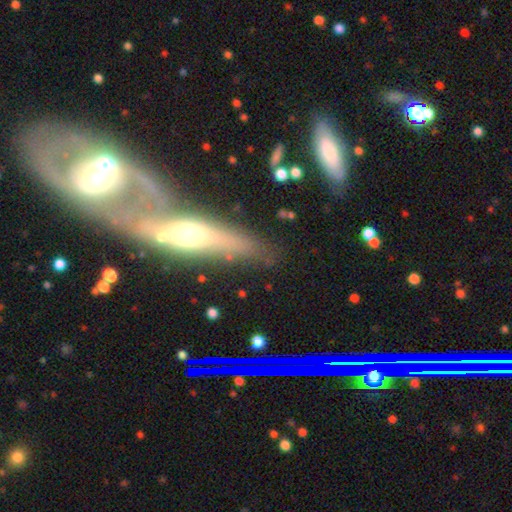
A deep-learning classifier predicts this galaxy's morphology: A featured or disk galaxy (50%).

Vote fractions:
- Smooth or featured? featured or disk: 50% / smooth: 32% / star or artifact: 19%
- Merging? none: 46% / merger: 33% / minor disturbance: 13% / major disturbance: 9%